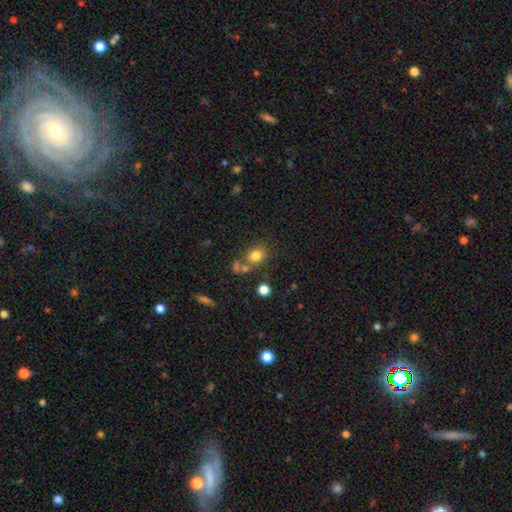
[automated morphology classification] Smooth or featured?
  - smooth: 78% *
  - star or artifact: 13%
  - featured or disk: 10%
How rounded?
  - round: 61% *
  - in between: 38%
  - cigar-shaped: 1%
Merging?
  - none: 60% *
  - merger: 20%
  - minor disturbance: 14%
  - major disturbance: 6%